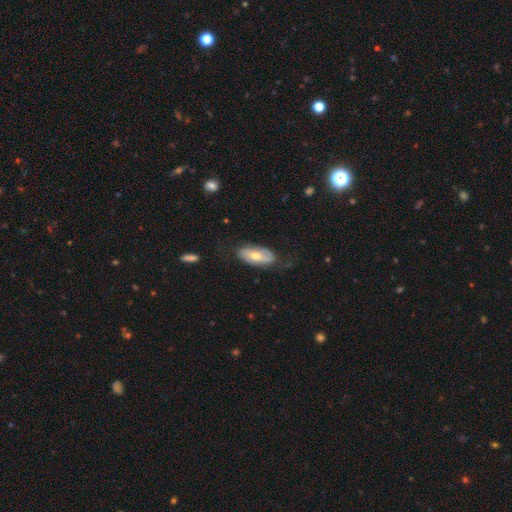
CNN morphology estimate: Smooth or featured? Predicted: featured or disk (p=0.52). Edge-on disk? Predicted: no (p=0.86). Merging? Predicted: none (p=0.60).